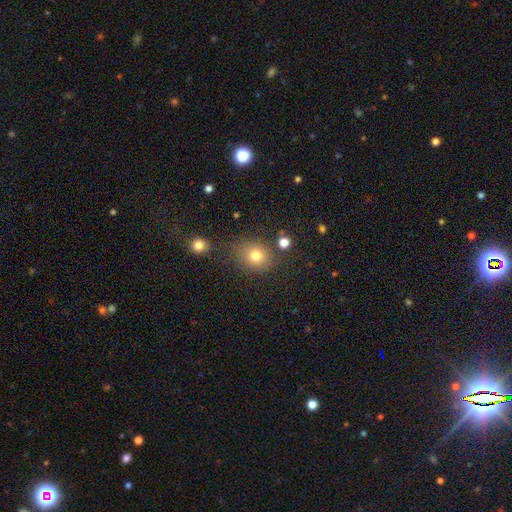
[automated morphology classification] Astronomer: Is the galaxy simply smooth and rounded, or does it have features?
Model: smooth — 77%.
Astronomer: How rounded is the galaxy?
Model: round — 75%.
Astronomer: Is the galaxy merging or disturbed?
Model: none — 76%.